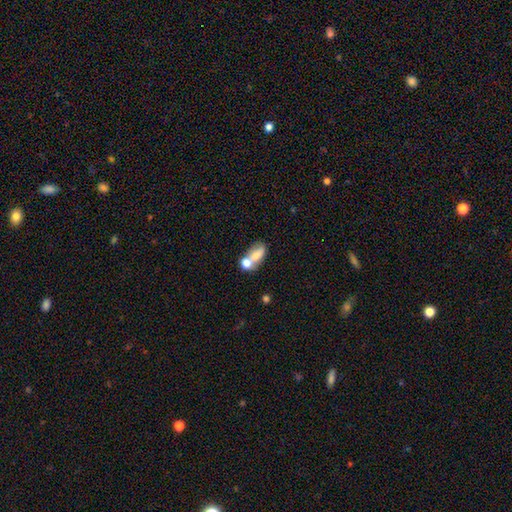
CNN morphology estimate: This appears to be a smooth galaxy with no disk features (69%) that is in between round and cigar-shaped (78%). Merging: merger (52%).